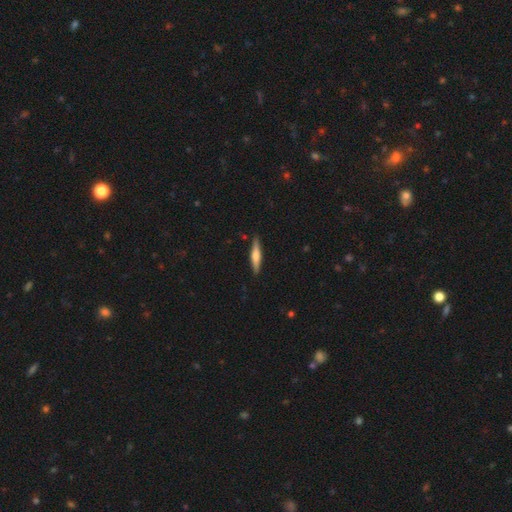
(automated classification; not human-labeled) smooth-or-featured: featured or disk: 53% | smooth: 42% | star or artifact: 5%
  disk-edge-on: yes: 97% | no: 3%
    edge-on-bulge: rounded: 77% | boxy: 14% | none: 9%
  merging: none: 89% | minor disturbance: 8% | major disturbance: 2% | merger: 1%